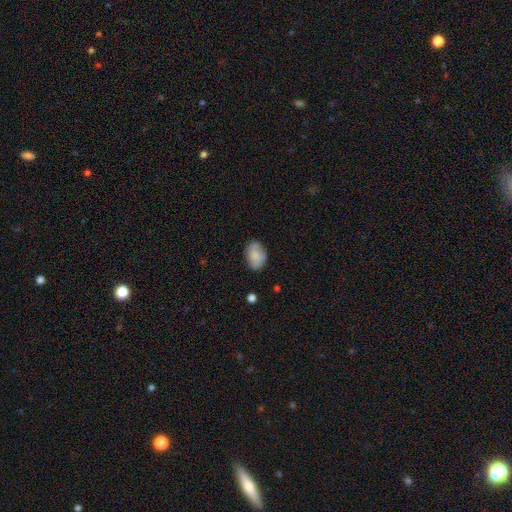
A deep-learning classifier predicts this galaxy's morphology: Smooth or featured? Predicted: smooth (p=0.78). How rounded? Predicted: in between (p=0.83). Merging? Predicted: none (p=0.78).